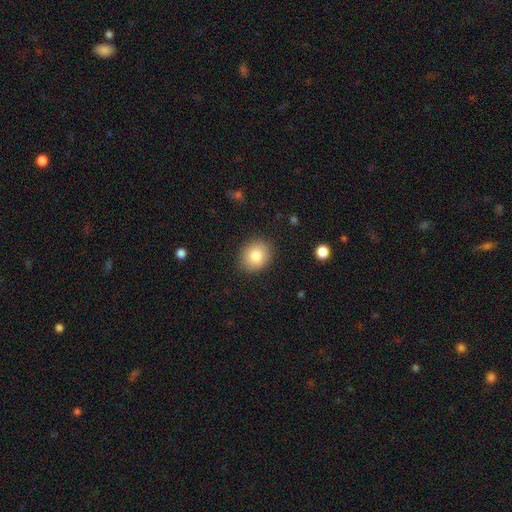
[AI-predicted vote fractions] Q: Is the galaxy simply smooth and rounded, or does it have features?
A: smooth — 84%.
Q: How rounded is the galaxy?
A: round — 63%.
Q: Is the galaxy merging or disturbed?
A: none — 88%.